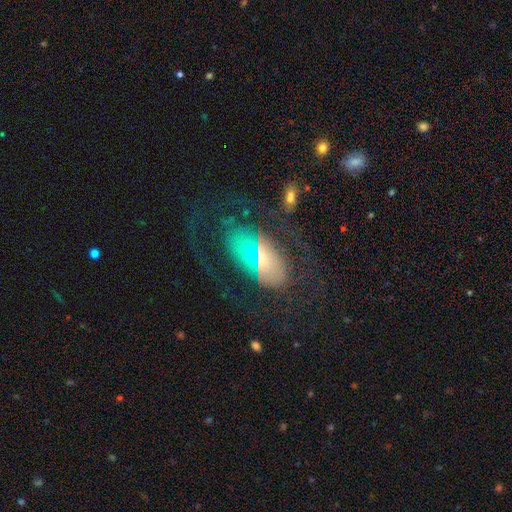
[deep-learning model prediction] Smooth or featured? featured or disk (55%)
Edge-on disk? no (84%)
Merging? none (46%)